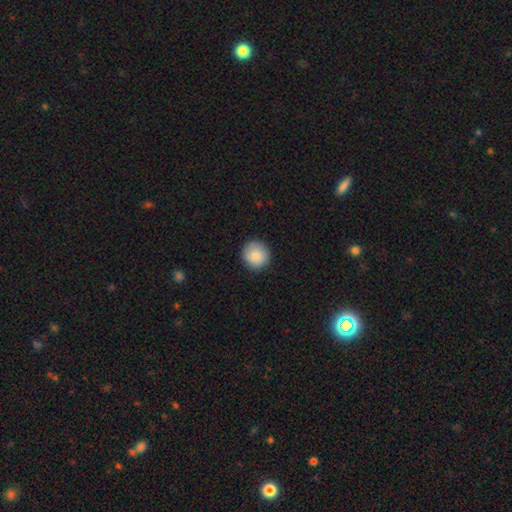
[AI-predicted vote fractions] Smooth or featured? smooth (86%)
How rounded? round (94%)
Merging? none (90%)